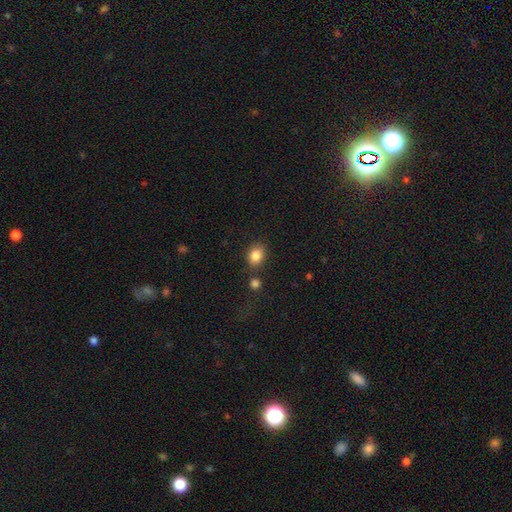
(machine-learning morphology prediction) Smooth or featured?
  - smooth: 85% *
  - star or artifact: 9%
  - featured or disk: 6%
How rounded?
  - in between: 56% *
  - round: 43%
  - cigar-shaped: 1%
Merging?
  - none: 74% *
  - minor disturbance: 12%
  - merger: 10%
  - major disturbance: 4%